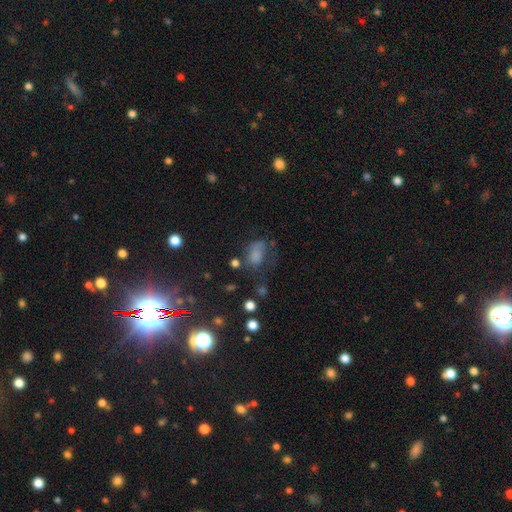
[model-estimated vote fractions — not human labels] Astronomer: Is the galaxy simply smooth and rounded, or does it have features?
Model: smooth — 68%.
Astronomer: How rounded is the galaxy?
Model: in between — 78%.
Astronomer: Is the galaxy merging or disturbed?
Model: none — 36% (runner-up: major disturbance, 31%).